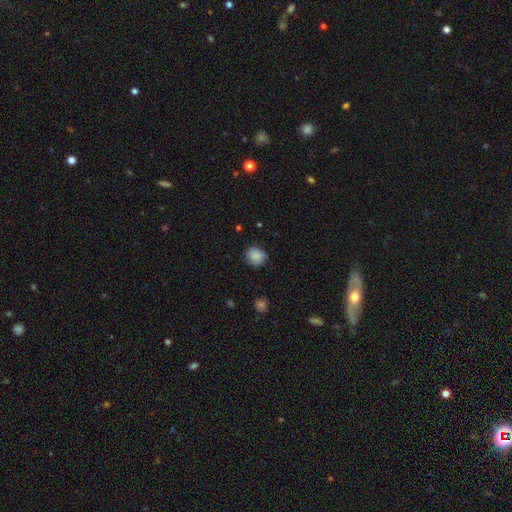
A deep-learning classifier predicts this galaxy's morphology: Smooth or featured? smooth (79%)
How rounded? round (72%)
Merging? none (75%)